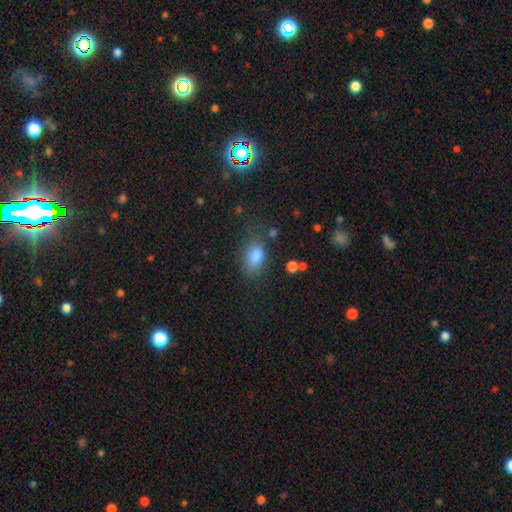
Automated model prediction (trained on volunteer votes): Overall: smooth (81%). How rounded: in between (85%). Merging: none (68%).